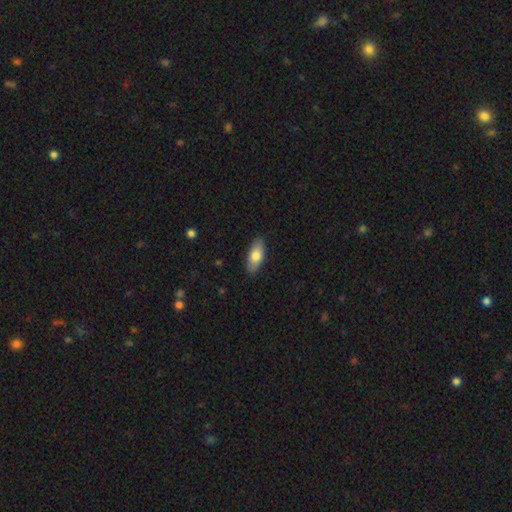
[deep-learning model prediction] Q: Smooth or featured?
A: smooth (76%); runner-up: featured or disk (18%)
Q: How rounded?
A: in between (84%); runner-up: cigar-shaped (13%)
Q: Merging?
A: none (88%); runner-up: minor disturbance (9%)